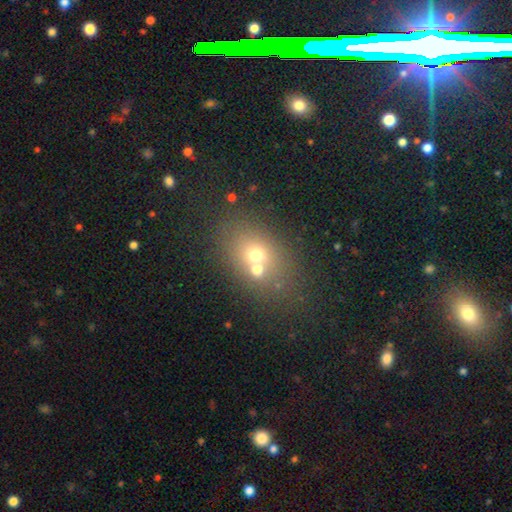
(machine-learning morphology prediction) Overall: smooth (59%; featured or disk 23%). How rounded: in between (55%; round 44%). Merging: none (44%; merger 43%).